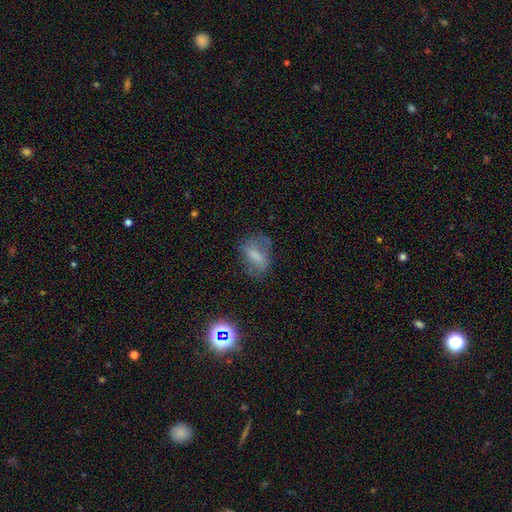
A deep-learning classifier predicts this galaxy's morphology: Smooth or featured? Predicted: smooth (p=0.55). How rounded? Predicted: in between (p=0.76). Merging? Predicted: none (p=0.53).